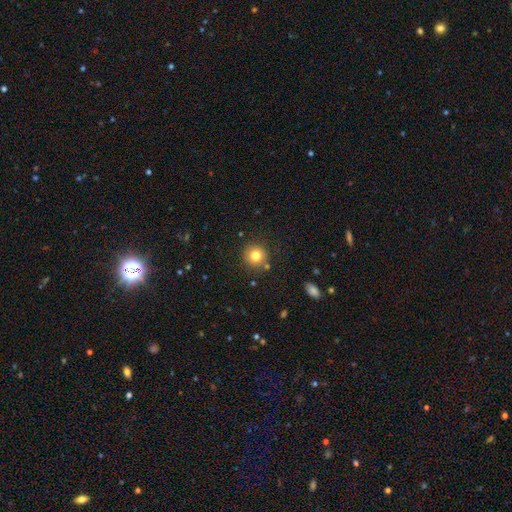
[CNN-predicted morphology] The model was most divided on "smooth or featured": smooth: 80%, star or artifact: 11%, featured or disk: 9%. More confident: how rounded — round (93%); merging — none (85%).